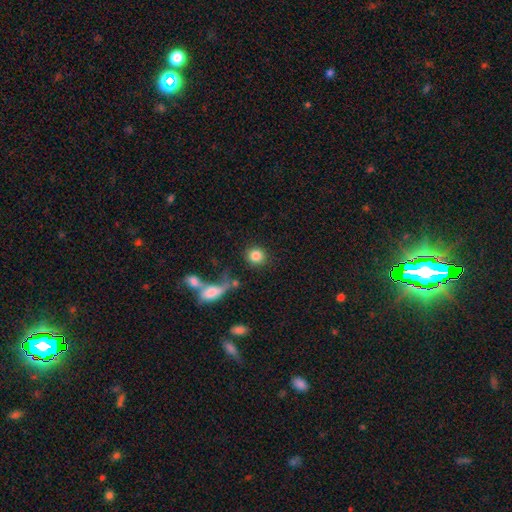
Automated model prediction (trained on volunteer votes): smooth 84%, star or artifact 9%, featured or disk 7%. Down the decision tree: how rounded — round (89%); merging — none (77%).